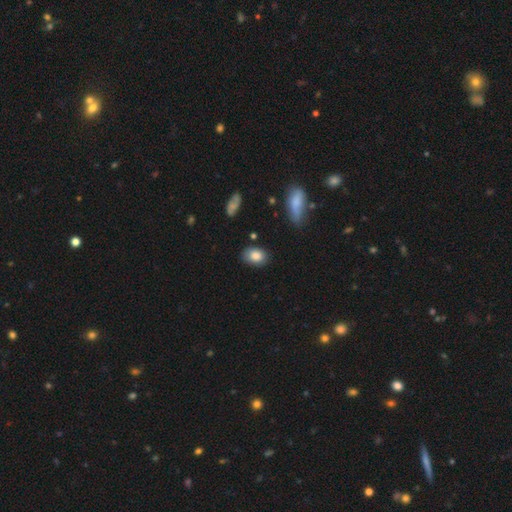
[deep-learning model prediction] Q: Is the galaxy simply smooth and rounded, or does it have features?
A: smooth — 83%.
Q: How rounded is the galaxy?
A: in between — 81%.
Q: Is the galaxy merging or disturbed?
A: none — 78%.